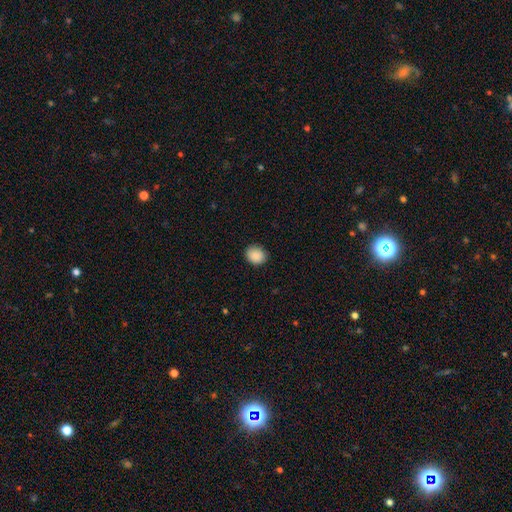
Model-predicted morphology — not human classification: type=smooth (89%); roundness=round (66%); merging=none (88%).